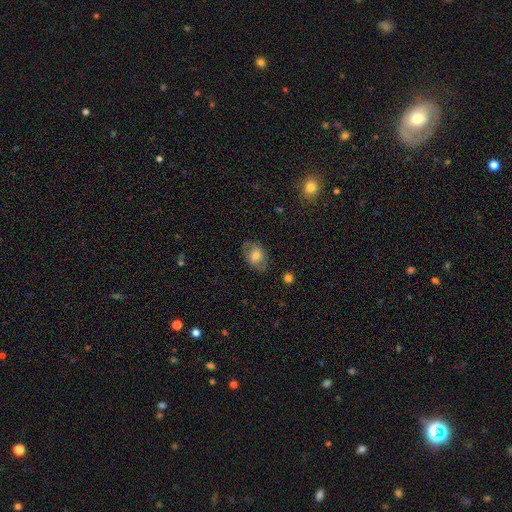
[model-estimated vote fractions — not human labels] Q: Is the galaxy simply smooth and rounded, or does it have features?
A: smooth — 64%.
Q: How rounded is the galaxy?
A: in between — 79%.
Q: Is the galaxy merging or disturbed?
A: none — 76%.